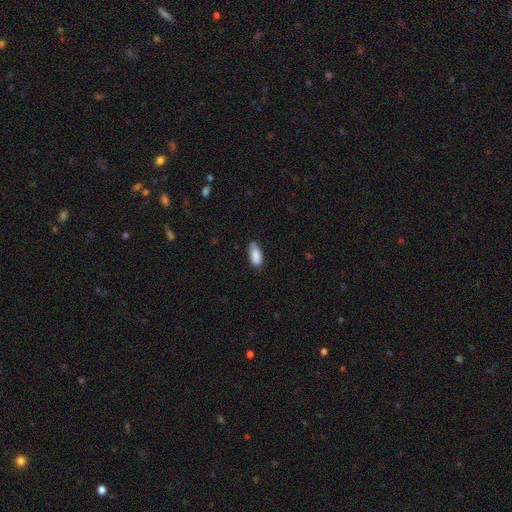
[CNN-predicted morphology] Smooth or featured? smooth (86%)
How rounded? in between (87%)
Merging? none (70%)